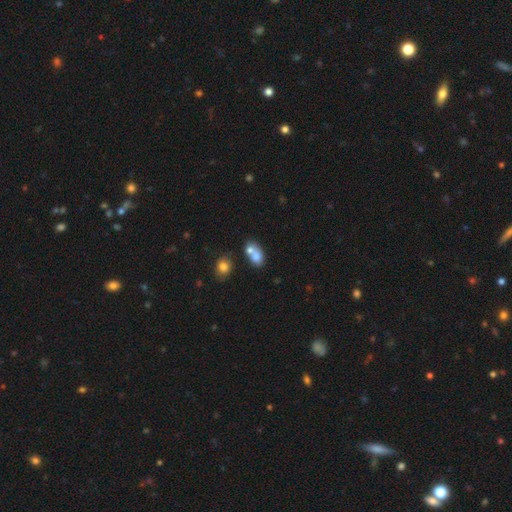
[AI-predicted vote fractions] Smooth or featured?
  - smooth: 73% *
  - featured or disk: 17%
  - star or artifact: 10%
How rounded?
  - in between: 67% *
  - round: 31%
  - cigar-shaped: 2%
Merging?
  - merger: 58% *
  - none: 29%
  - minor disturbance: 9%
  - major disturbance: 4%